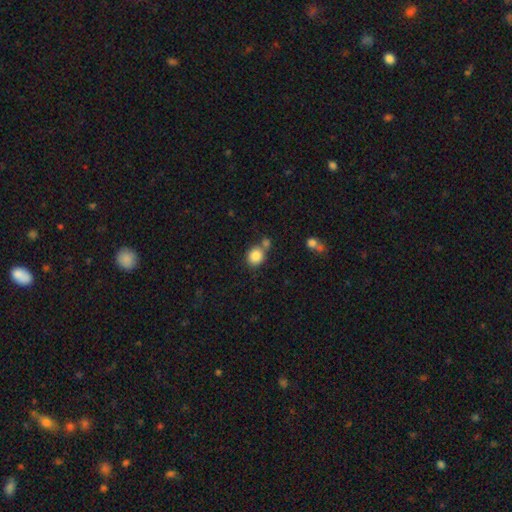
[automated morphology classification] Smooth or featured? Predicted: smooth (p=0.84). How rounded? Predicted: round (p=0.78). Merging? Predicted: none (p=0.59).